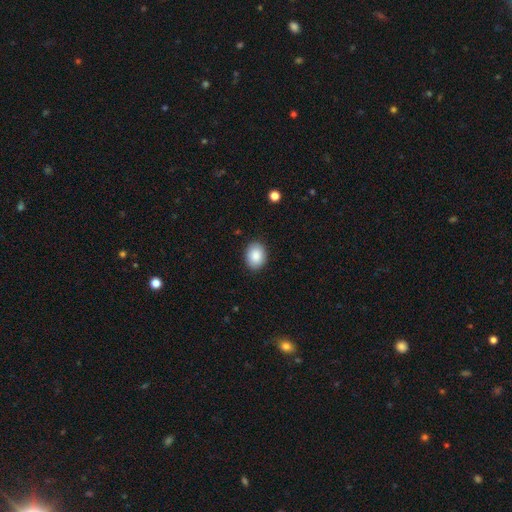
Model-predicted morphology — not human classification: Smooth or featured? Predicted: smooth (p=0.87). How rounded? Predicted: in between (p=0.64). Merging? Predicted: none (p=0.89).